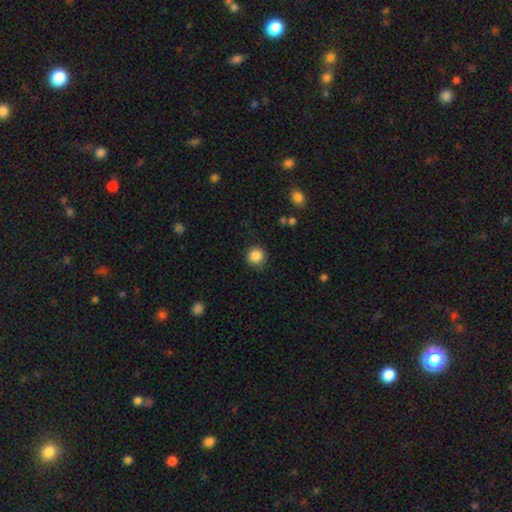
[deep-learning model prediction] This appears to be a smooth galaxy with no disk features (87%) that is round (94%). Merging: none (87%).